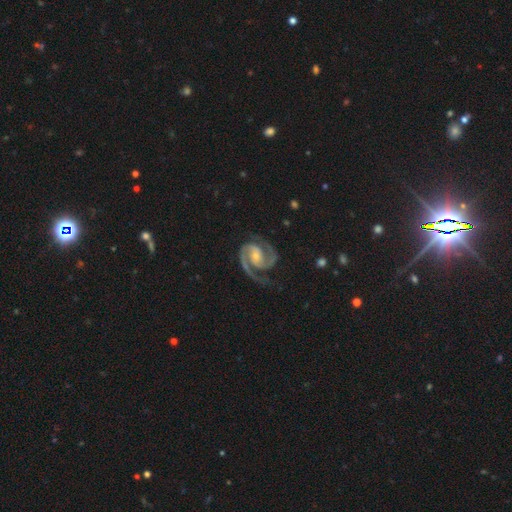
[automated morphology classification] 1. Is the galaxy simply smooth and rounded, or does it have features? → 94% featured or disk, 3% star or artifact, 3% smooth.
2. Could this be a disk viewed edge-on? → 98% no, 2% yes.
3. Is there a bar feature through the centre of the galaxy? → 51% no, 33% weak, 16% strong.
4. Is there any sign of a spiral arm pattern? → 99% yes, 1% no.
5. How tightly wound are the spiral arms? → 55% medium, 36% tight, 8% loose.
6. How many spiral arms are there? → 94% 2, 2% 1, 1% 3, 1% can't tell, 1% 4, 1% more than 4.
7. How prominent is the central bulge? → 57% small, 35% moderate, 4% none, 3% large, 1% dominant.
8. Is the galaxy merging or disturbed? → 76% none, 15% minor disturbance, 7% major disturbance, 2% merger.